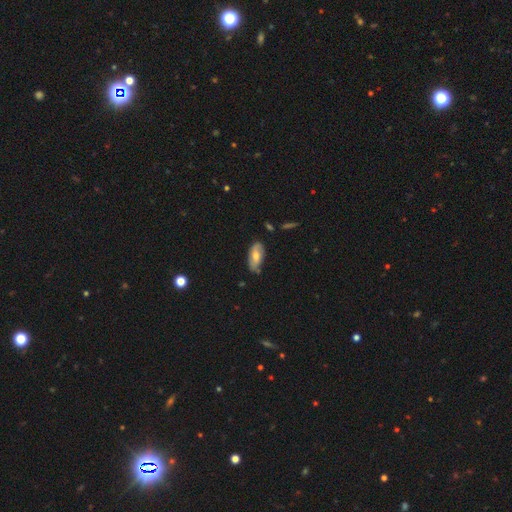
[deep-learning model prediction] Q: Smooth or featured?
A: smooth (57%); runner-up: featured or disk (36%)
Q: How rounded?
A: in between (89%); runner-up: cigar-shaped (8%)
Q: Merging?
A: none (69%); runner-up: minor disturbance (25%)